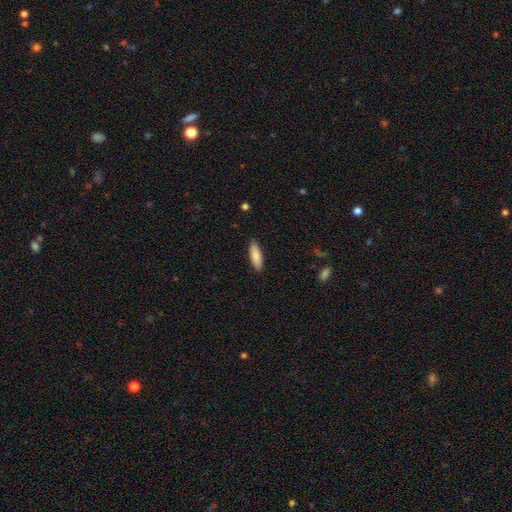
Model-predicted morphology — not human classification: type=smooth (86%); roundness=cigar-shaped (50%); merging=none (89%).